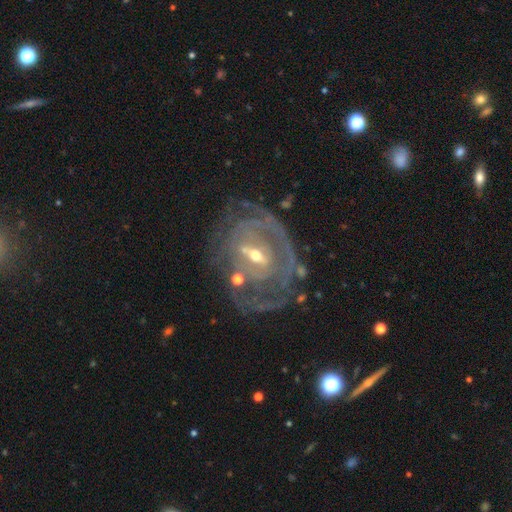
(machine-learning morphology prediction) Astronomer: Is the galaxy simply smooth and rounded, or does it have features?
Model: featured or disk — 85%.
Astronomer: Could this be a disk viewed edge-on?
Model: no — 96%.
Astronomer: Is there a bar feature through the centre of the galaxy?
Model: weak — 43% (runner-up: strong, 35%).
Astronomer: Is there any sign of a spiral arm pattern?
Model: yes — 78%.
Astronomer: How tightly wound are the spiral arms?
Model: tight — 62%.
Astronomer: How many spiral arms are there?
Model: can't tell — 42% (runner-up: 2, 28%).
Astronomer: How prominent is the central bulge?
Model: small — 50% (runner-up: moderate, 46%).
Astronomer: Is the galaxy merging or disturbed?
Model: none — 56%.